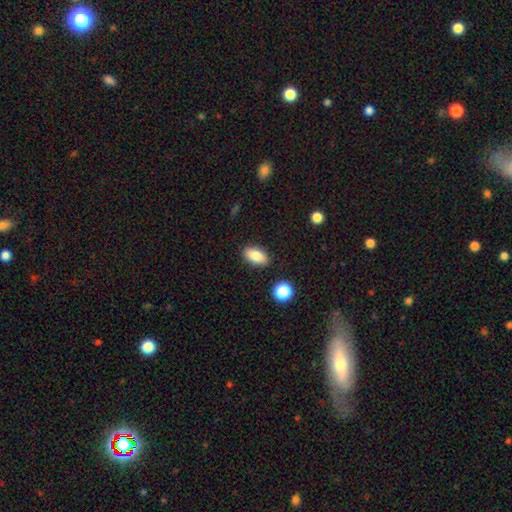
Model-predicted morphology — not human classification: The model was most divided on "smooth or featured": smooth: 84%, featured or disk: 8%, star or artifact: 8%. More confident: how rounded — in between (90%); merging — none (87%).